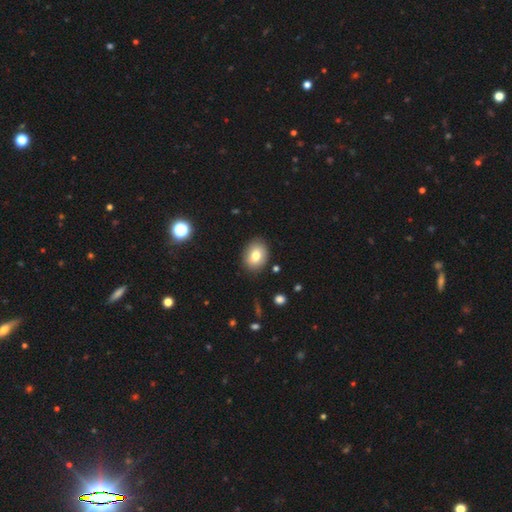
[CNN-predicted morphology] A smooth galaxy with no disk features (77%) that is in between round and cigar-shaped (60%).

Vote fractions:
- Smooth or featured? smooth: 77% / featured or disk: 14% / star or artifact: 10%
- How rounded? in between: 60% / round: 39% / cigar-shaped: 1%
- Merging? none: 86% / minor disturbance: 10% / major disturbance: 2% / merger: 1%